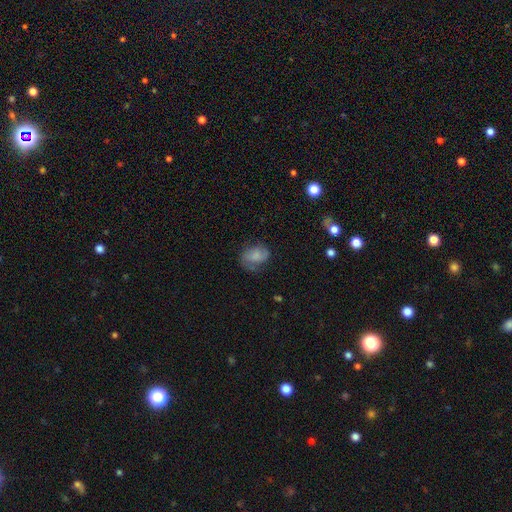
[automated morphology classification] A smooth galaxy with no disk features (62%) that is in between round and cigar-shaped (72%). Merging: none (53%).